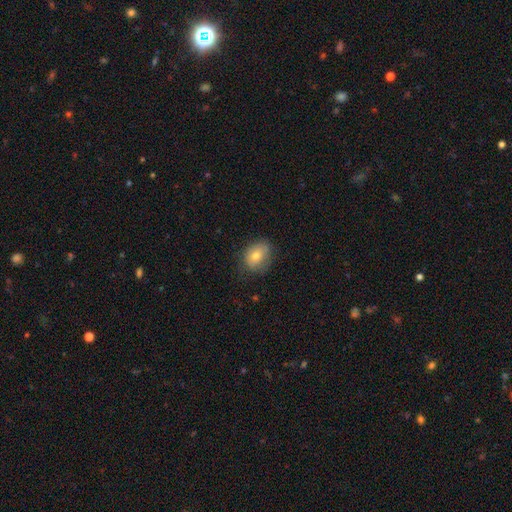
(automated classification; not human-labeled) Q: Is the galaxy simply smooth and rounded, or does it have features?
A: smooth — 74%.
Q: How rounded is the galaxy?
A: in between — 62%.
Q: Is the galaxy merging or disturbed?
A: none — 70%.